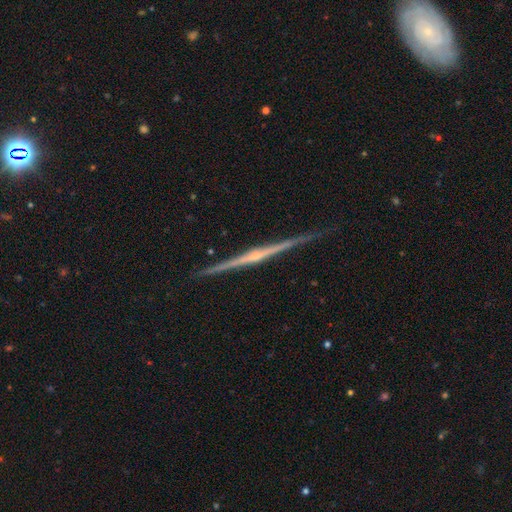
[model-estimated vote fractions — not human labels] Q: Smooth or featured?
A: featured or disk (87%); runner-up: smooth (9%)
Q: Edge-on disk?
A: yes (99%); runner-up: no (1%)
Q: Edge-on bulge?
A: rounded (66%); runner-up: none (25%)
Q: Merging?
A: none (89%); runner-up: minor disturbance (8%)